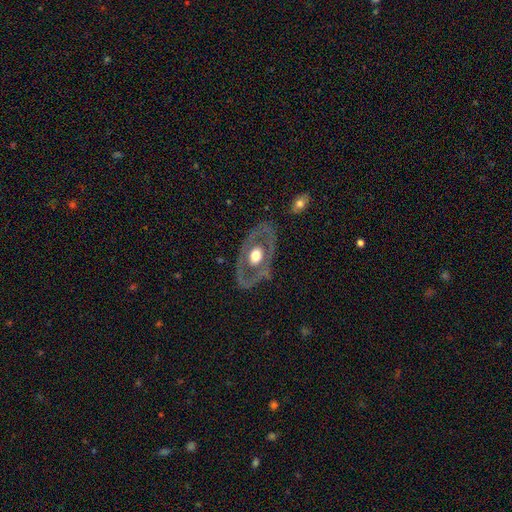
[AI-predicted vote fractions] This is likely a featured or disk galaxy (63%). It is clearly not viewed edge-on (90%). Bar: clearly no (86%). Spiral arm pattern: clearly no (83%). Central bulge: possibly moderate (56%). Merging: likely none (76%).